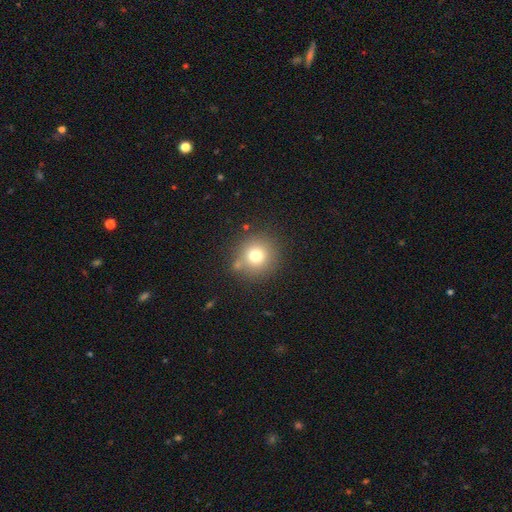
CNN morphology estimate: Smooth or featured?
  - smooth: 74% *
  - star or artifact: 14%
  - featured or disk: 12%
How rounded?
  - round: 91% *
  - in between: 8%
  - cigar-shaped: 1%
Merging?
  - none: 79% *
  - minor disturbance: 10%
  - merger: 6%
  - major disturbance: 4%